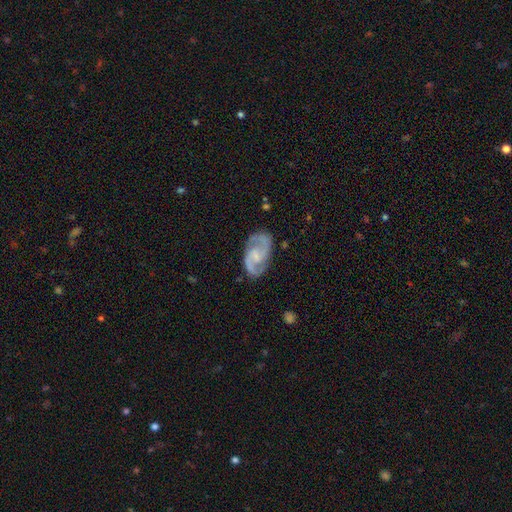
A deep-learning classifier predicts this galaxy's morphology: featured or disk 90%, smooth 6%, star or artifact 4%. Down the decision tree: edge-on disk — no (98%); bar — no (45%); spiral arms — yes (98%); spiral arm count — 2 (93%); spiral winding — medium (59%); bulge size — small (45%); merging — none (82%).